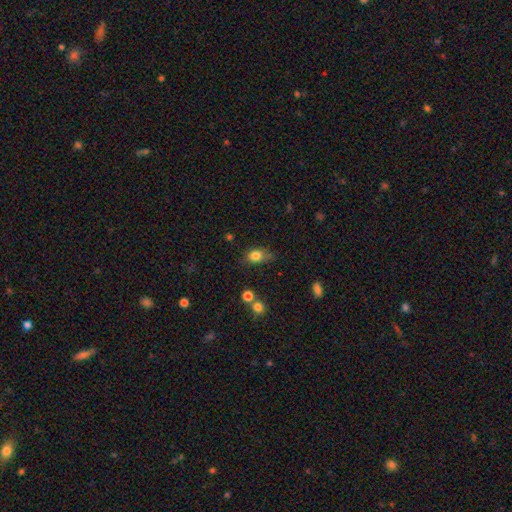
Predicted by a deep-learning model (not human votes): smooth_or_featured: smooth (p=0.81) [alt: star or artifact p=0.10]
how_rounded: in between (p=0.68) [alt: round p=0.29]
merging: none (p=0.51) [alt: minor disturbance p=0.34]